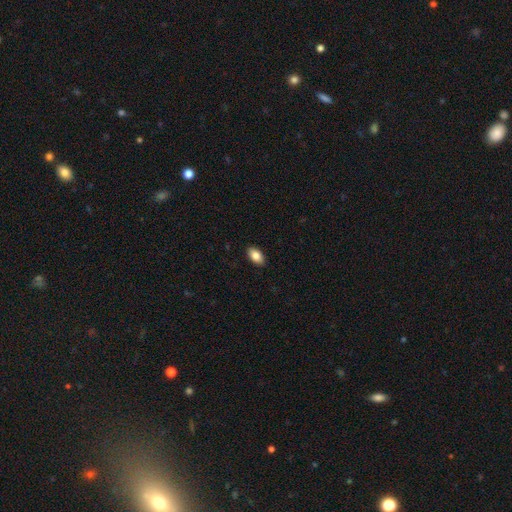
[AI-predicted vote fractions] Smooth or featured? smooth (84%)
How rounded? in between (93%)
Merging? none (90%)